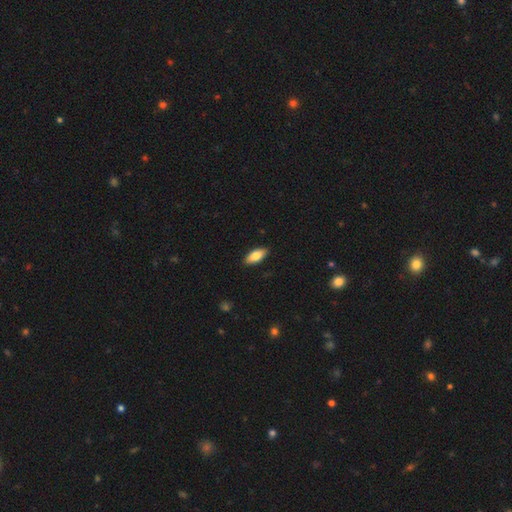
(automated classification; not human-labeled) A smooth galaxy with no disk features (81%) that is in between round and cigar-shaped (85%). Merging: none (90%).